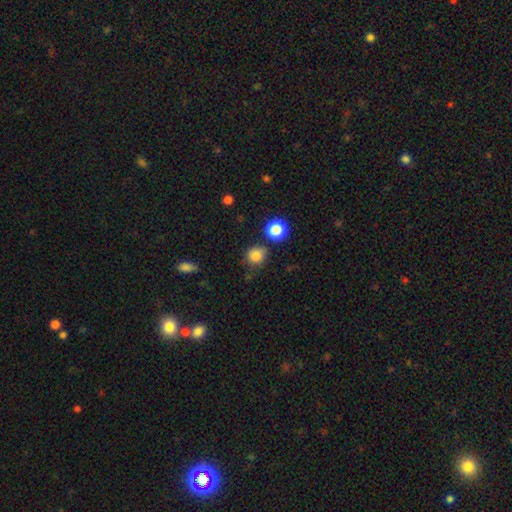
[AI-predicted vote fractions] Smooth or featured: smooth — 83% (star or artifact — 13%)
How rounded: round — 83% (in between — 15%)
Merging: none — 75% (minor disturbance — 14%)